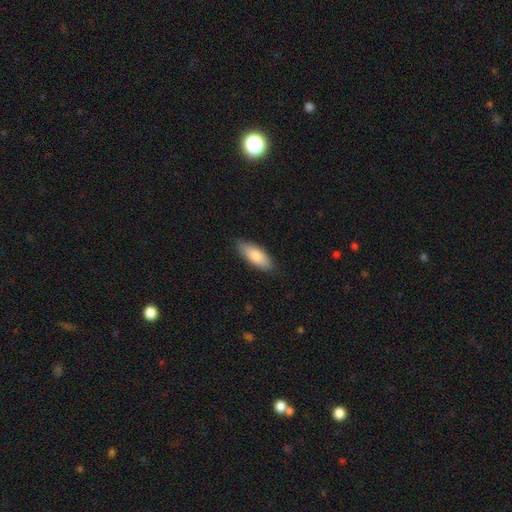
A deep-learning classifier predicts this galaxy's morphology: smooth-or-featured: smooth: 81% | featured or disk: 14% | star or artifact: 6%
  how-rounded: in between: 76% | cigar-shaped: 22% | round: 2%
  merging: none: 86% | minor disturbance: 11% | major disturbance: 2% | merger: 1%